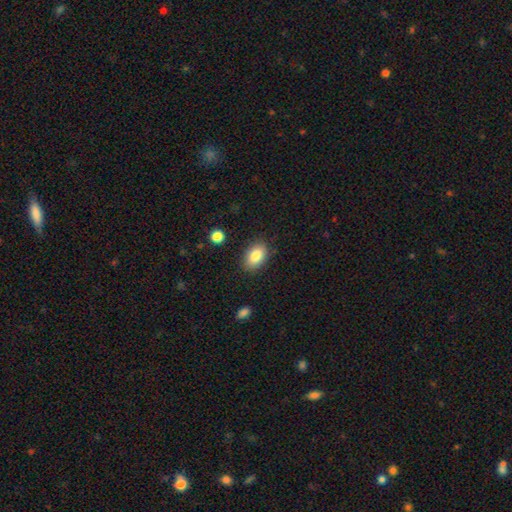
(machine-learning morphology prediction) This appears to be a smooth galaxy with no disk features (85%) that is in between round and cigar-shaped (89%). Merging: none (86%).